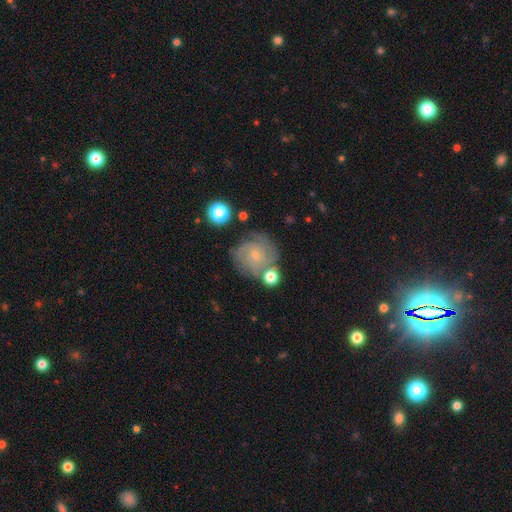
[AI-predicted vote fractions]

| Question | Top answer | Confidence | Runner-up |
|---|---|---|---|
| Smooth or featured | featured or disk | 68% | smooth (23%) |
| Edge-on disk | no | 98% | yes (2%) |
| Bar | no | 76% | weak (21%) |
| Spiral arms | yes | 90% | no (10%) |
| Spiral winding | tight | 62% | medium (29%) |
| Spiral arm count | can't tell | 35% | 3 (24%) |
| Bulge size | small | 79% | moderate (16%) |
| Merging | none | 63% | minor disturbance (18%) |